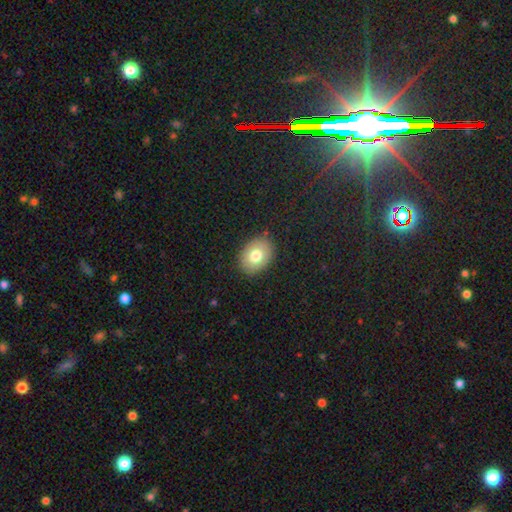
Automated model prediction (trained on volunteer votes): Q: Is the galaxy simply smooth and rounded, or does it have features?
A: smooth — 75%.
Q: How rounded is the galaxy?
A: in between — 69%.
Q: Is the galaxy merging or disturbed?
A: none — 87%.